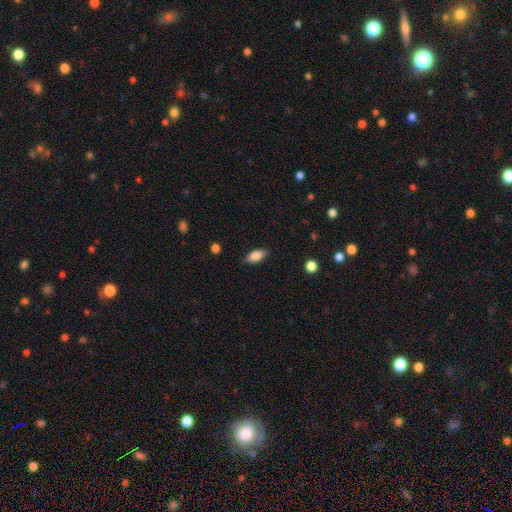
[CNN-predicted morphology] This is clearly a smooth galaxy (81%). How rounded: clearly in between (85%). Merging: clearly none (84%).